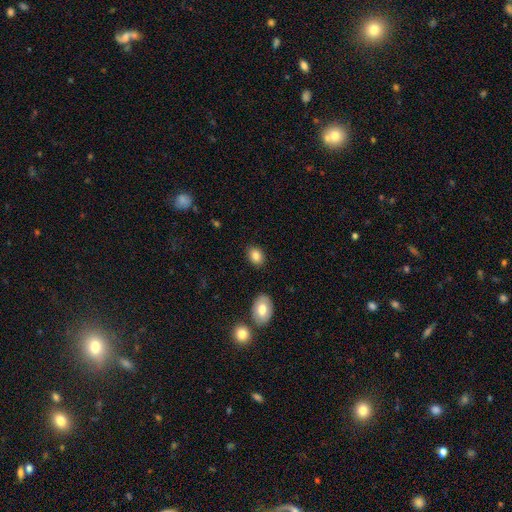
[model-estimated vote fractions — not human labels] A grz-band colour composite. It shows a smooth galaxy with no disk features (84%) that is in between round and cigar-shaped (71%). Merging: none (87%).